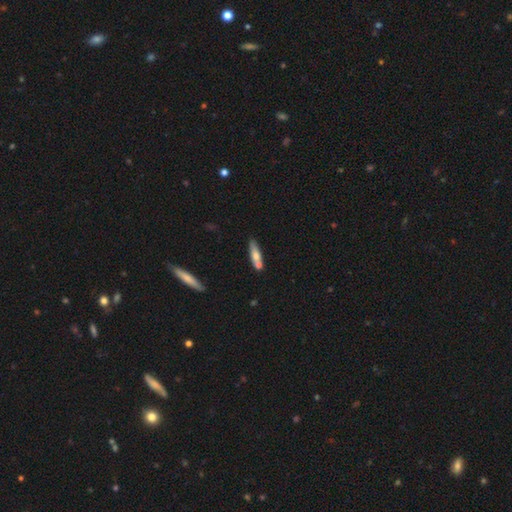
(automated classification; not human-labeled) smooth 62%, featured or disk 32%, star or artifact 6%. Down the decision tree: how rounded — cigar-shaped (68%); merging — none (57%).